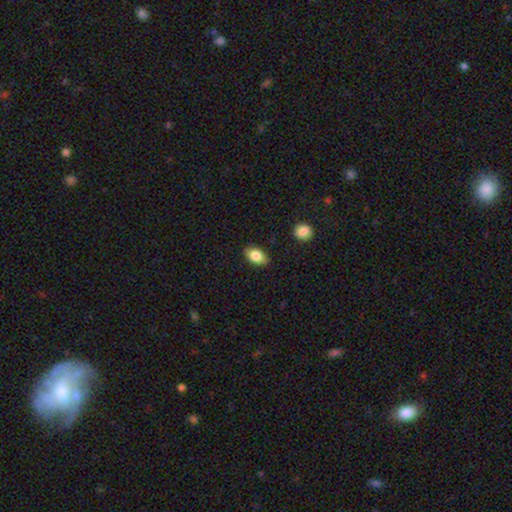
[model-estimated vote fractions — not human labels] This appears to be a smooth galaxy with no disk features (82%) that is in between round and cigar-shaped (88%). Merging: none (87%).